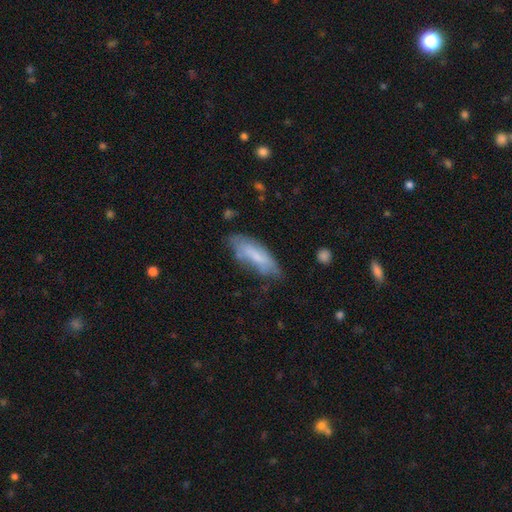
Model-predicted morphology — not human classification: smooth_or_featured: smooth (p=0.65) [alt: featured or disk p=0.28]
how_rounded: in between (p=0.58) [alt: cigar-shaped p=0.41]
merging: none (p=0.58) [alt: minor disturbance p=0.30]